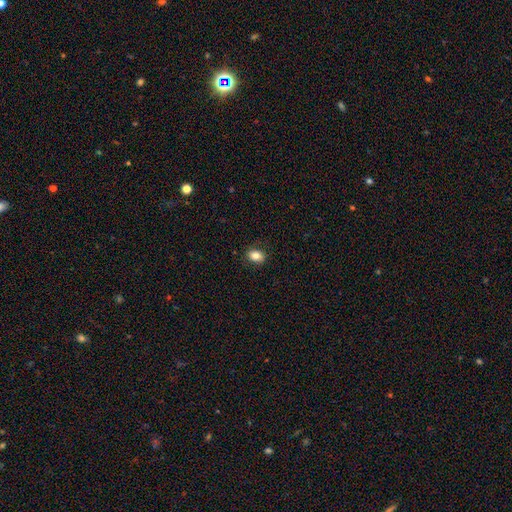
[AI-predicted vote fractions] smooth 82%, star or artifact 9%, featured or disk 9%. Down the decision tree: how rounded — in between (76%); merging — none (86%).